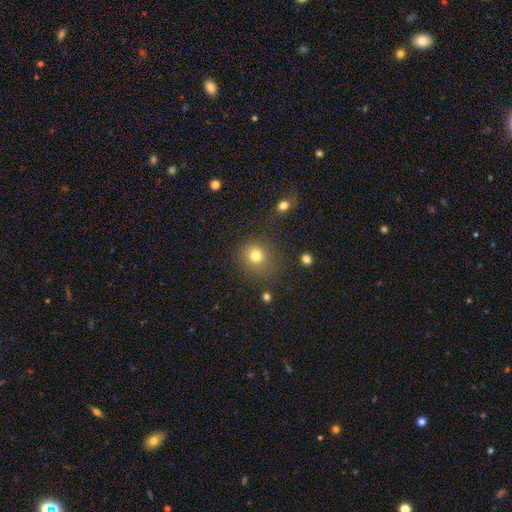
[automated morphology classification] Smooth or featured?
  - smooth: 80% *
  - star or artifact: 14%
  - featured or disk: 6%
How rounded?
  - round: 87% *
  - in between: 12%
  - cigar-shaped: 1%
Merging?
  - none: 78% *
  - minor disturbance: 12%
  - major disturbance: 6%
  - merger: 5%